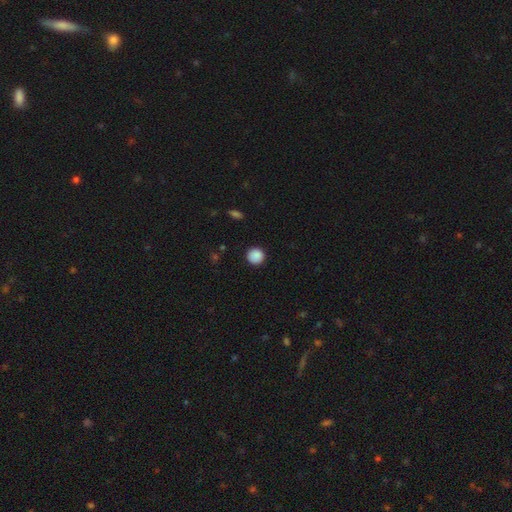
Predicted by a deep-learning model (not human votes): A smooth galaxy with no disk features (89%) that is round (94%).

Vote fractions:
- Smooth or featured? smooth: 89% / star or artifact: 9% / featured or disk: 3%
- How rounded? round: 94% / in between: 5% / cigar-shaped: 1%
- Merging? none: 91% / minor disturbance: 6% / major disturbance: 2% / merger: 1%